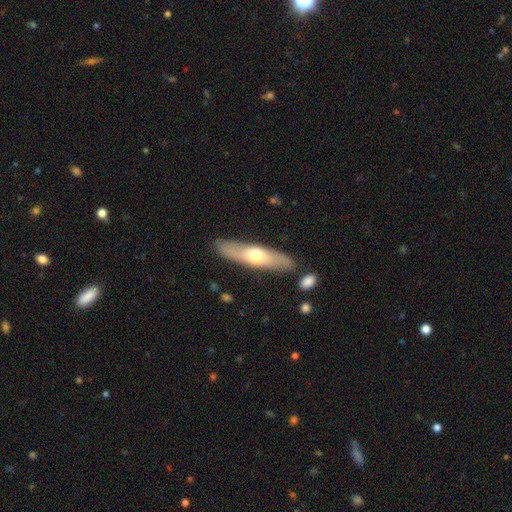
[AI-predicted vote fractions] Smooth or featured? Predicted: smooth (p=0.49). Merging? Predicted: none (p=0.83).